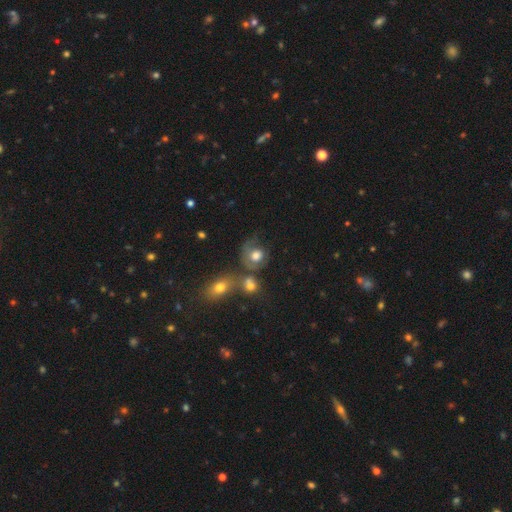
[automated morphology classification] smooth_or_featured: smooth (p=0.65) [alt: featured or disk p=0.26]
how_rounded: round (p=0.64) [alt: in between p=0.34]
merging: none (p=0.33) [alt: merger p=0.24]